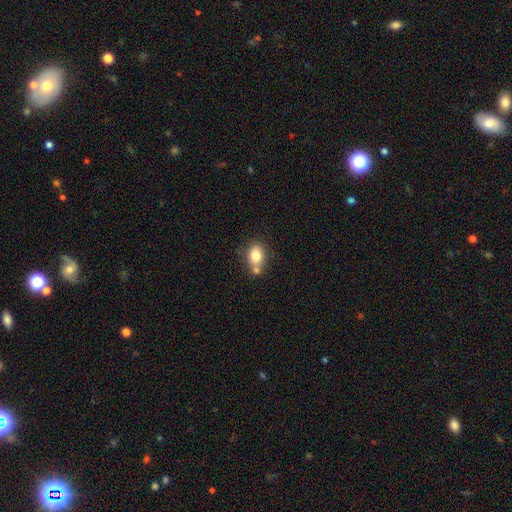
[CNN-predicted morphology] type=smooth (78%); roundness=in between (54%); merging=none (52%).